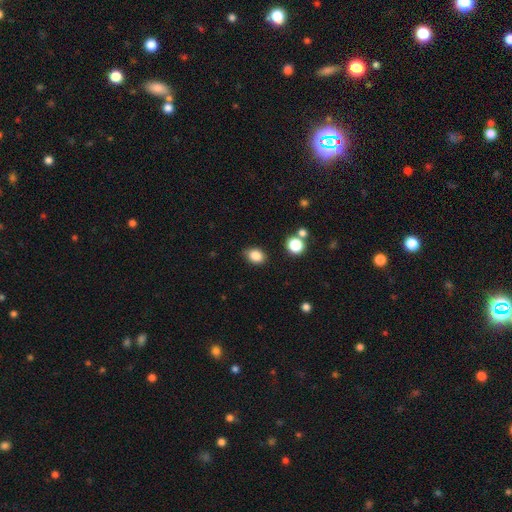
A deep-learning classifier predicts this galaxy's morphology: Smooth or featured: smooth — 85% (star or artifact — 11%)
How rounded: in between — 62% (round — 37%)
Merging: none — 82% (minor disturbance — 13%)